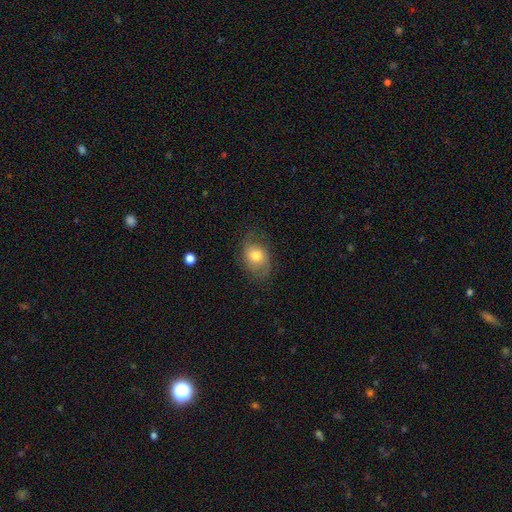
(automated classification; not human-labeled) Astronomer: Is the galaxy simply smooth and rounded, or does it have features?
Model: smooth — 62%.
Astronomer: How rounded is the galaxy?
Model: in between — 67%.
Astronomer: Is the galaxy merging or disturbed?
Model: none — 64%.